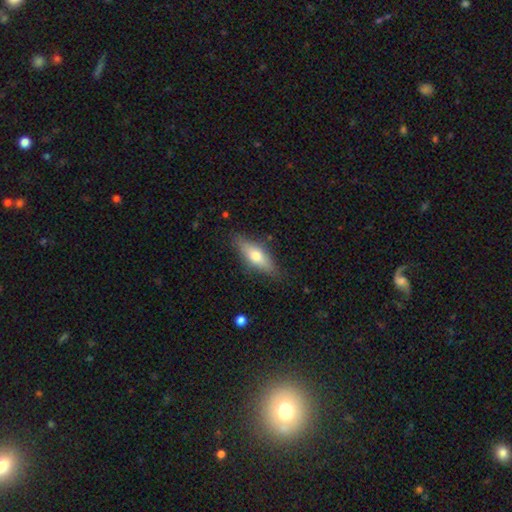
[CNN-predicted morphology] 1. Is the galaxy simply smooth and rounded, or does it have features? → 57% smooth, 36% featured or disk, 7% star or artifact.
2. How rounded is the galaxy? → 51% in between, 46% cigar-shaped, 3% round.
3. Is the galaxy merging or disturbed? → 83% none, 13% minor disturbance, 3% major disturbance, 1% merger.